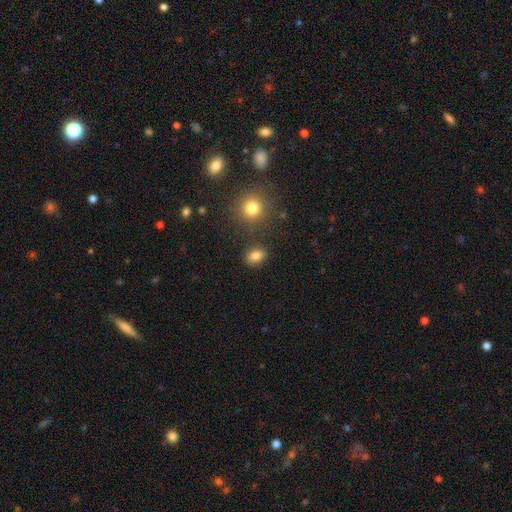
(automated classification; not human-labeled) The model was most divided on "how rounded": in between: 64%, round: 35%, cigar-shaped: 1%. More confident: merging — none (83%); smooth or featured — smooth (82%).